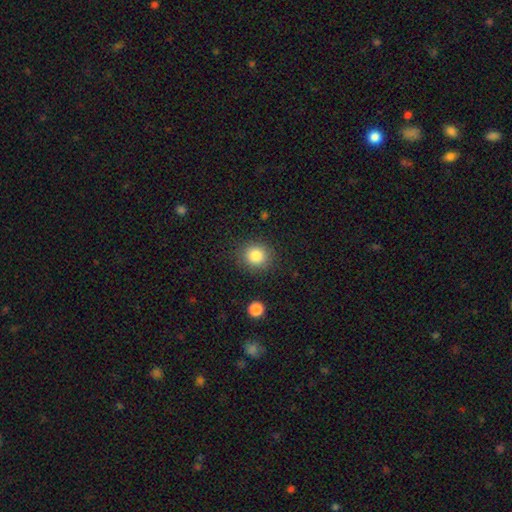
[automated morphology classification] A smooth galaxy with no disk features (84%) that is round (86%). Merging: none (87%).